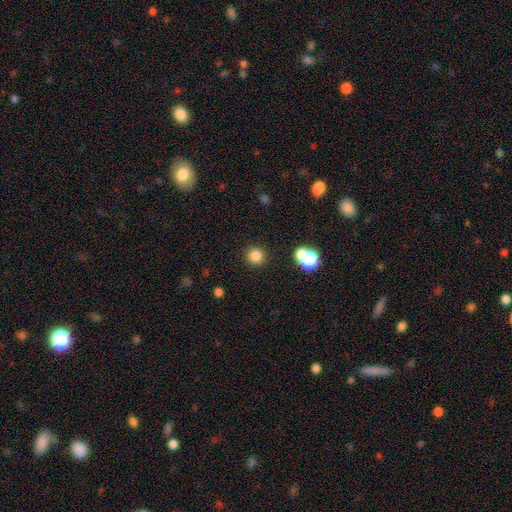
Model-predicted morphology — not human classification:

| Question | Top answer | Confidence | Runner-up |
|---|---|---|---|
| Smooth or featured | smooth | 82% | star or artifact (14%) |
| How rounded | round | 94% | in between (5%) |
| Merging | none | 87% | minor disturbance (6%) |